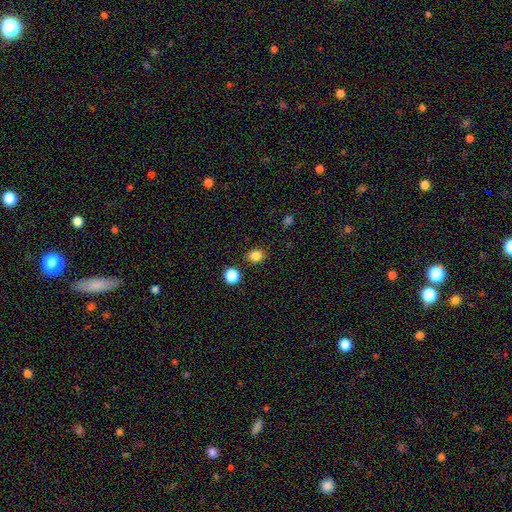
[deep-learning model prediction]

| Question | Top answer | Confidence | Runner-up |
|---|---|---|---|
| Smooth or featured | smooth | 84% | star or artifact (12%) |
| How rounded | round | 66% | in between (33%) |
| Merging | none | 84% | minor disturbance (9%) |